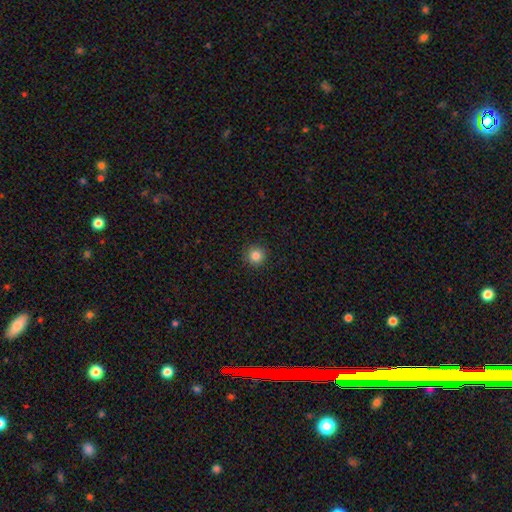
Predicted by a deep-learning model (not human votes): Smooth or featured? smooth (85%)
How rounded? round (96%)
Merging? none (92%)